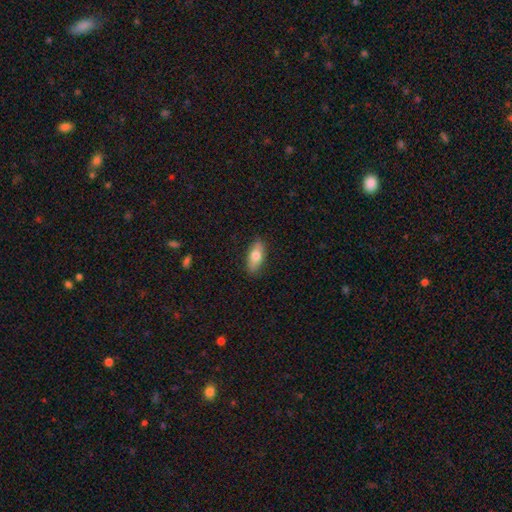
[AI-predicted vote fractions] Overall: smooth (73%). How rounded: in between (79%). Merging: none (87%).